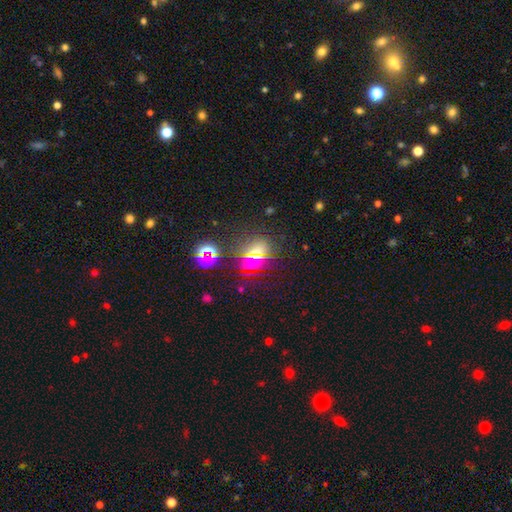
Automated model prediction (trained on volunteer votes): Morphology: type=star or artifact (62%).